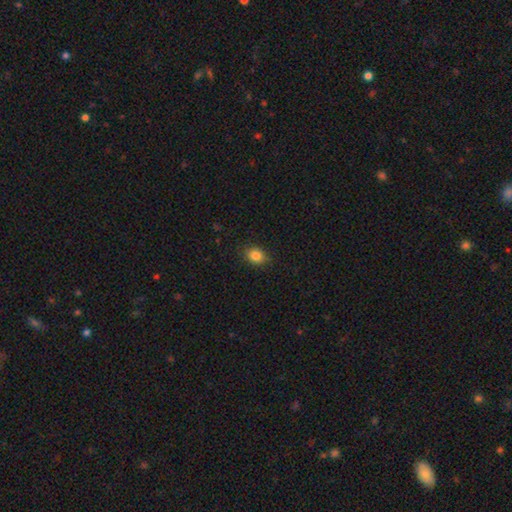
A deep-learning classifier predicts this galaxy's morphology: smooth_or_featured: smooth (p=0.84) [alt: star or artifact p=0.10]
how_rounded: in between (p=0.53) [alt: round p=0.45]
merging: none (p=0.85) [alt: minor disturbance p=0.12]